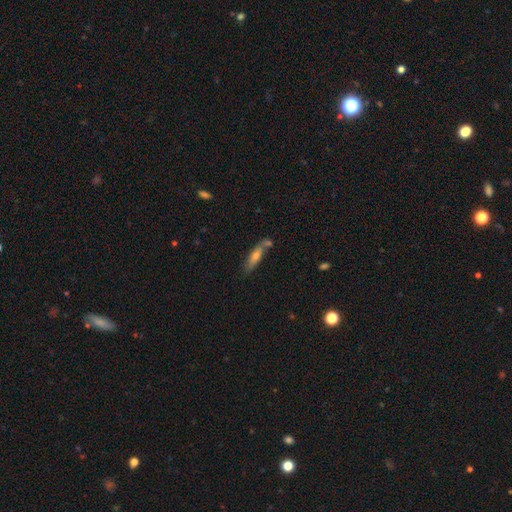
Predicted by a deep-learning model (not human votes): Morphology: type=smooth (49%); merging=none (64%).